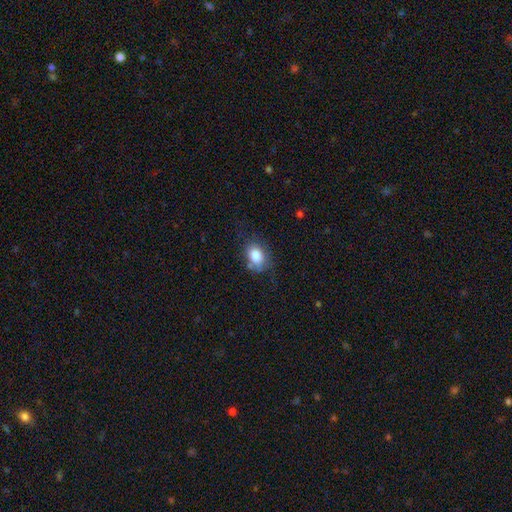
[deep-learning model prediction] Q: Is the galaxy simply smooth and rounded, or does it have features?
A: smooth — 83%.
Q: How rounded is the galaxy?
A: in between — 71%.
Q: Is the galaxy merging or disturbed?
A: none — 62%.